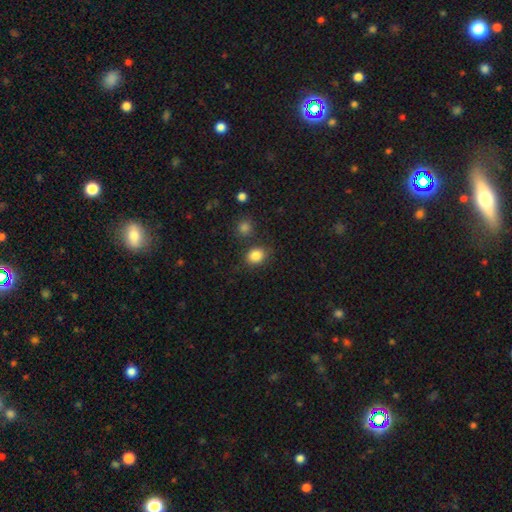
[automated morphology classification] smooth_or_featured: smooth (p=0.85) [alt: star or artifact p=0.10]
how_rounded: round (p=0.63) [alt: in between p=0.36]
merging: none (p=0.80) [alt: minor disturbance p=0.11]